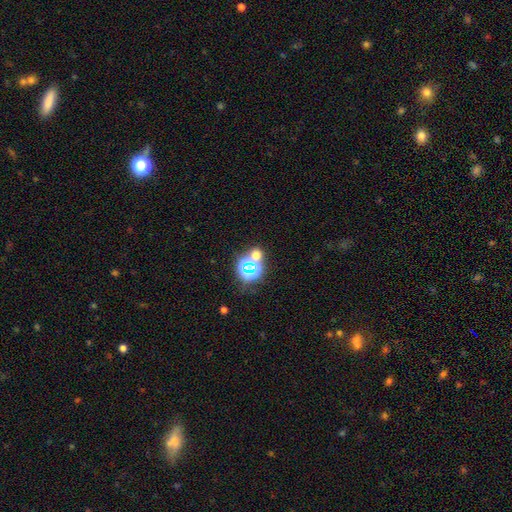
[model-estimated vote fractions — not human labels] Smooth or featured? Predicted: star or artifact (p=0.50).